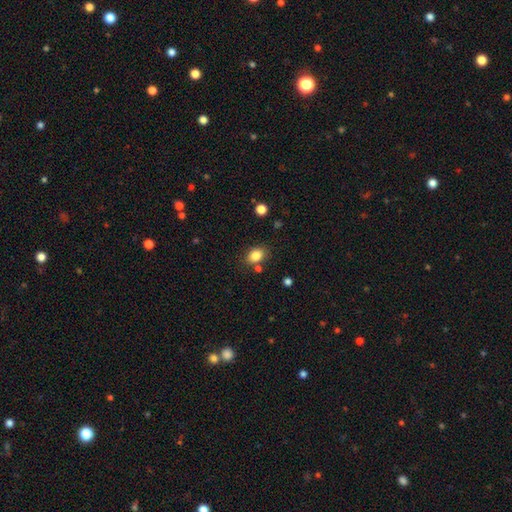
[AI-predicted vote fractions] smooth-or-featured: smooth: 84% | star or artifact: 10% | featured or disk: 6%
  how-rounded: in between: 65% | round: 33% | cigar-shaped: 1%
  merging: none: 77% | minor disturbance: 12% | merger: 8% | major disturbance: 3%